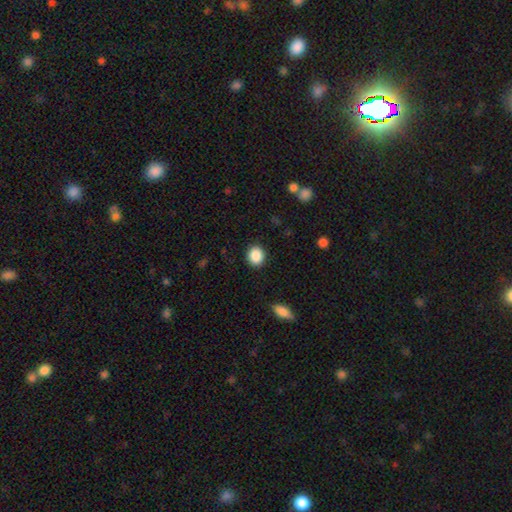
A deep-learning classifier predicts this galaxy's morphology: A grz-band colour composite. It shows a smooth galaxy with no disk features (89%) that is round (75%). Merging: none (90%).